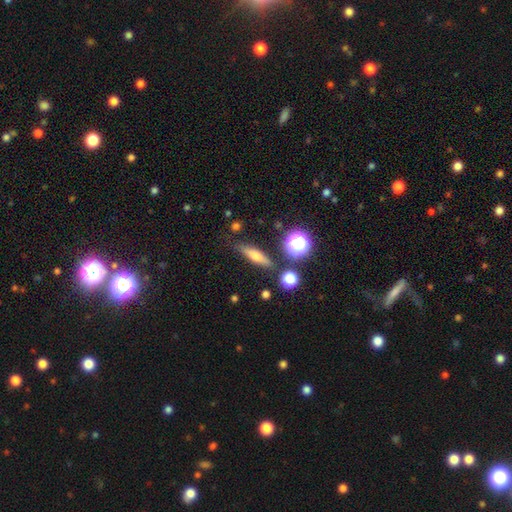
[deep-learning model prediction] Overall: smooth (51%; featured or disk 36%). How rounded: cigar-shaped (66%). Merging: none (82%).